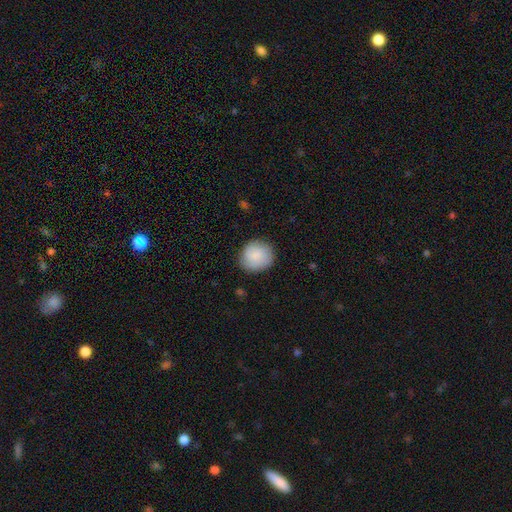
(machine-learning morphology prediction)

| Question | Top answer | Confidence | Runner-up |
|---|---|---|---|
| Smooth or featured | smooth | 84% | featured or disk (10%) |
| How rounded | round | 85% | in between (15%) |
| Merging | none | 84% | minor disturbance (12%) |